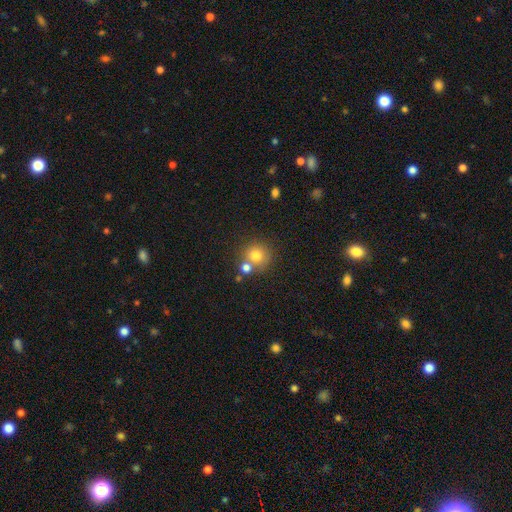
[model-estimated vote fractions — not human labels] smooth 77%, star or artifact 11%, featured or disk 11%. Down the decision tree: how rounded — round (89%); merging — none (57%).